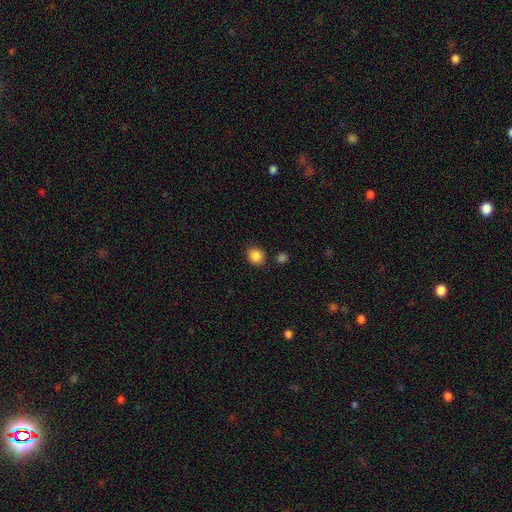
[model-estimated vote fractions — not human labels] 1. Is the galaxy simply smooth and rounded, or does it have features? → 87% smooth, 10% star or artifact, 4% featured or disk.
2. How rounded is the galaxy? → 70% round, 29% in between, 1% cigar-shaped.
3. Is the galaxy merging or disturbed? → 83% none, 9% minor disturbance, 5% merger, 3% major disturbance.